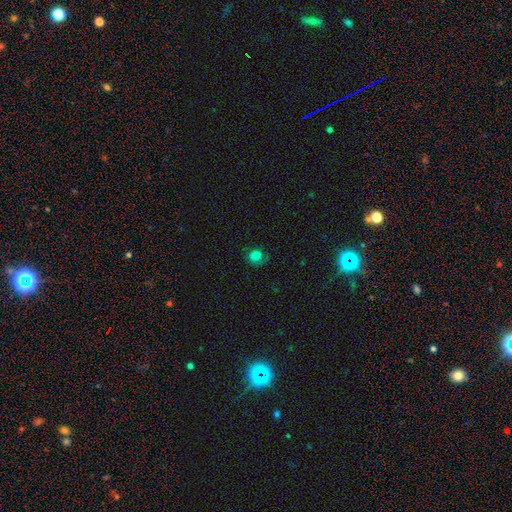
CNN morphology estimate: Smooth or featured: smooth — 74% (star or artifact — 19%)
How rounded: round — 73% (in between — 26%)
Merging: none — 69% (minor disturbance — 21%)